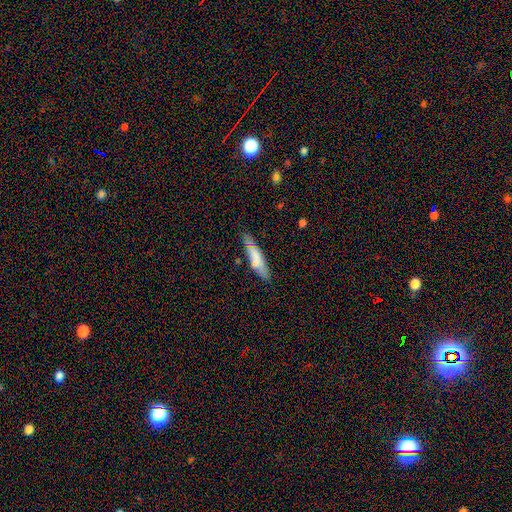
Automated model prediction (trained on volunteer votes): smooth 67%, featured or disk 27%, star or artifact 7%. Down the decision tree: how rounded — cigar-shaped (77%); merging — none (72%).